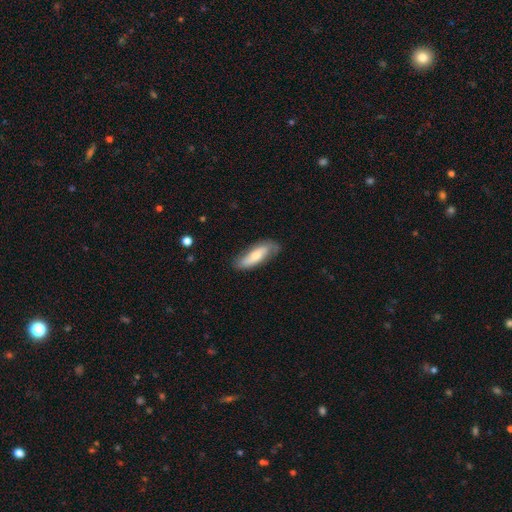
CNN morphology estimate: Smooth or featured? smooth (55%)
How rounded? in between (59%)
Merging? none (74%)